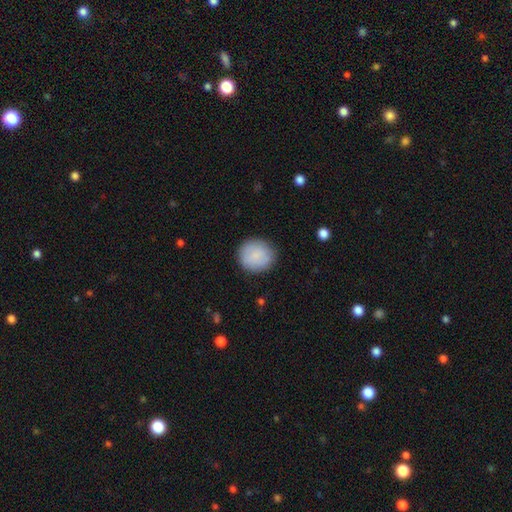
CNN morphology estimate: Smooth or featured? smooth (87%)
How rounded? round (88%)
Merging? none (87%)